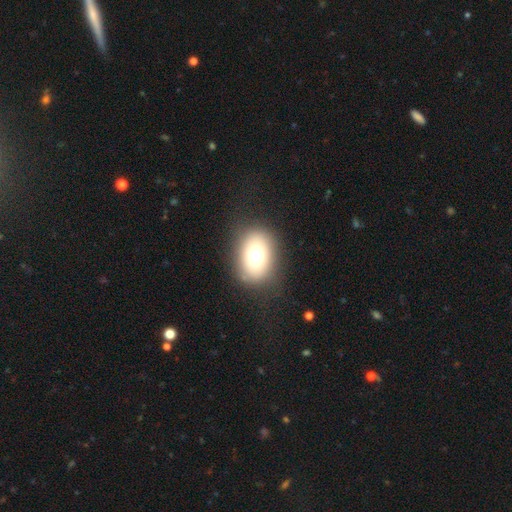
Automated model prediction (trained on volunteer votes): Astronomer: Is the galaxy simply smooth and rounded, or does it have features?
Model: smooth — 76%.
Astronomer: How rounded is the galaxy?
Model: in between — 72%.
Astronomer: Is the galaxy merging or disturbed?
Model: none — 82%.